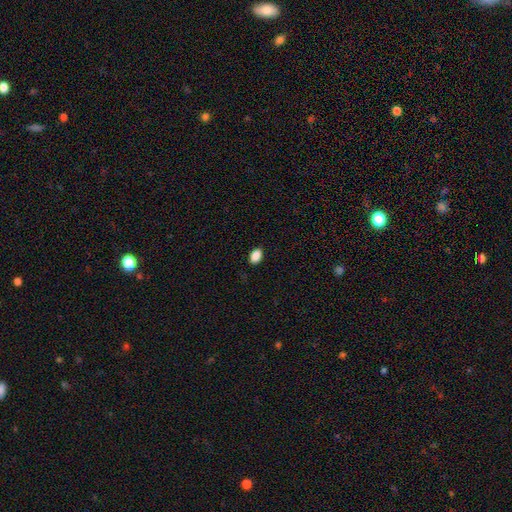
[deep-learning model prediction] Morphology: type=smooth (89%); roundness=in between (88%); merging=none (88%).